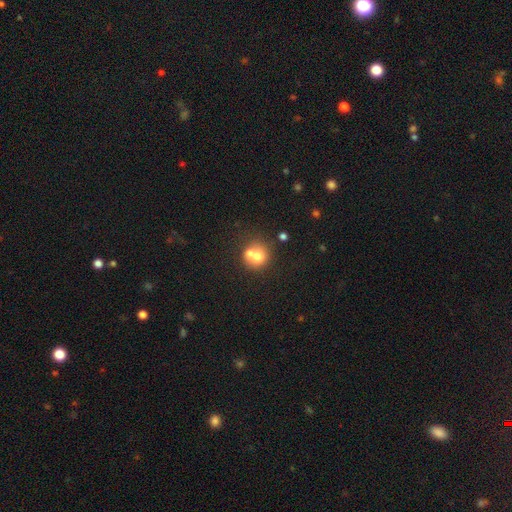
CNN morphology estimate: smooth_or_featured: smooth (p=0.68) [alt: featured or disk p=0.22]
how_rounded: round (p=0.84) [alt: in between p=0.15]
merging: merger (p=0.51) [alt: none p=0.38]